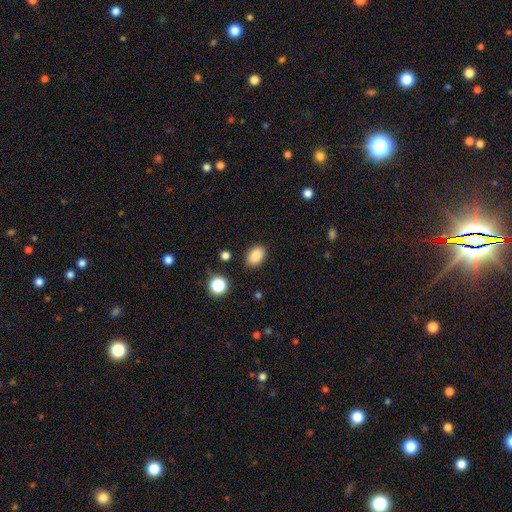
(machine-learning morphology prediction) smooth 86%, star or artifact 10%, featured or disk 4%. Down the decision tree: how rounded — in between (80%); merging — none (86%).